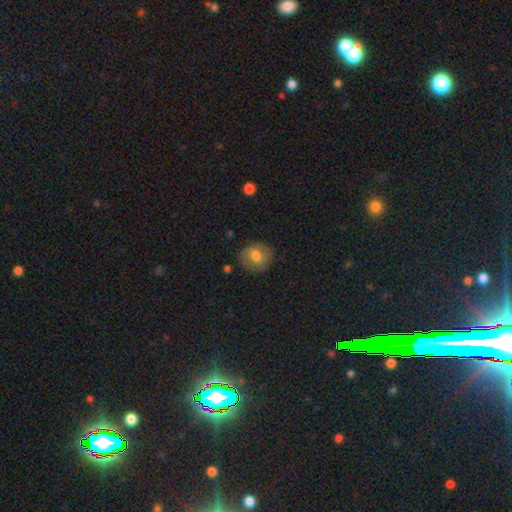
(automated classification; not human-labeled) Smooth or featured? smooth (70%)
How rounded? round (75%)
Merging? none (80%)